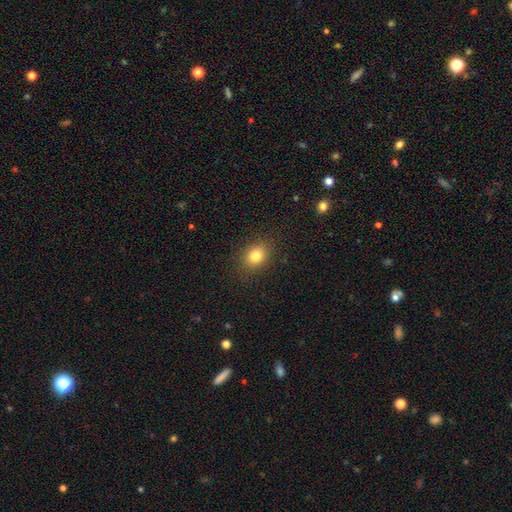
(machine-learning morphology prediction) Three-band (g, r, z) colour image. It shows a smooth galaxy with no disk features (82%) that is in between round and cigar-shaped (56%). Merging: none (87%).